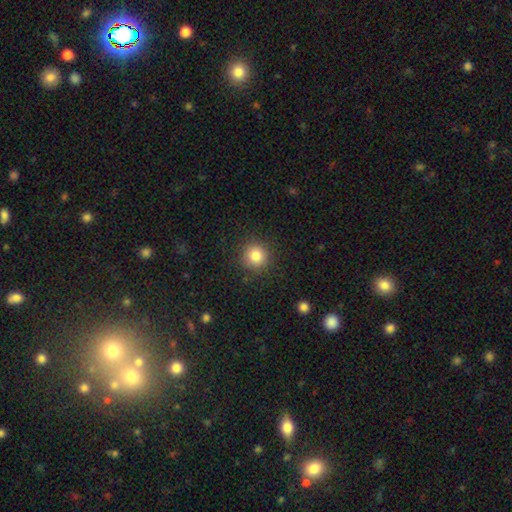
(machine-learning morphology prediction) Smooth or featured?
  - smooth: 83% *
  - star or artifact: 11%
  - featured or disk: 6%
How rounded?
  - round: 93% *
  - in between: 6%
  - cigar-shaped: 1%
Merging?
  - none: 89% *
  - minor disturbance: 7%
  - major disturbance: 3%
  - merger: 1%